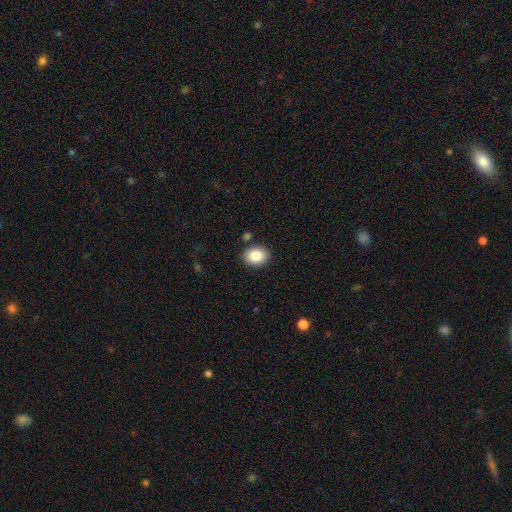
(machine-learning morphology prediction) A smooth galaxy with no disk features (86%) that is in between round and cigar-shaped (54%). Merging: none (86%).